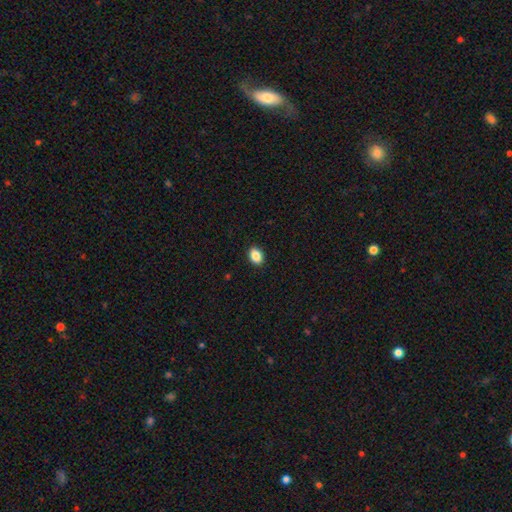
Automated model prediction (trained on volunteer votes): Smooth or featured: smooth — 88% (star or artifact — 8%)
How rounded: in between — 77% (round — 22%)
Merging: none — 91% (minor disturbance — 6%)